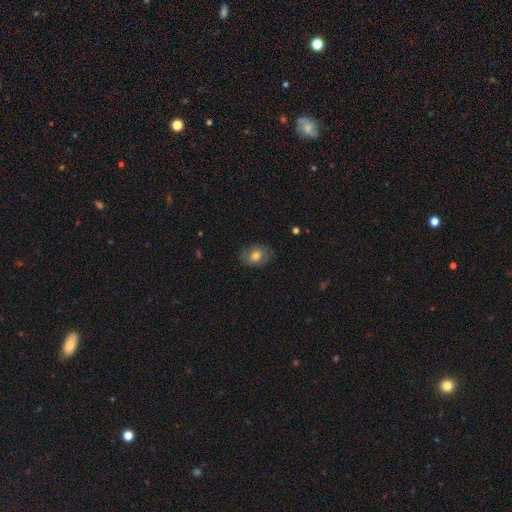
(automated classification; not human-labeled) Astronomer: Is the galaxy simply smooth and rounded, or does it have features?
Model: smooth — 70%.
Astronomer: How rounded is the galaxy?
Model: in between — 70%.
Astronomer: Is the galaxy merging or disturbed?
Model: none — 78%.